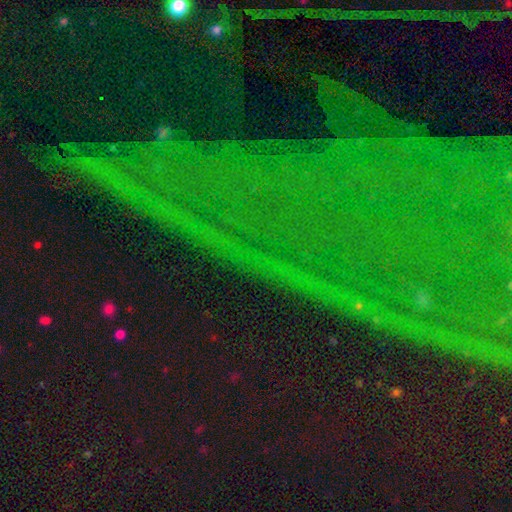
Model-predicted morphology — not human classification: A star or artifact, not a galaxy (85%).

Vote fractions:
- Smooth or featured? star or artifact: 85% / featured or disk: 8% / smooth: 7%